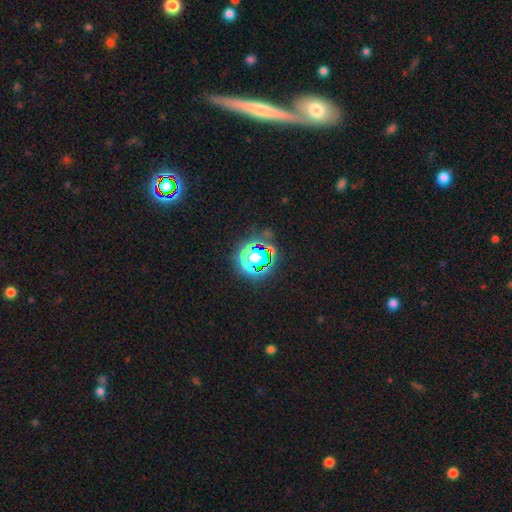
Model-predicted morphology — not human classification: Smooth or featured? Predicted: star or artifact (p=0.59).